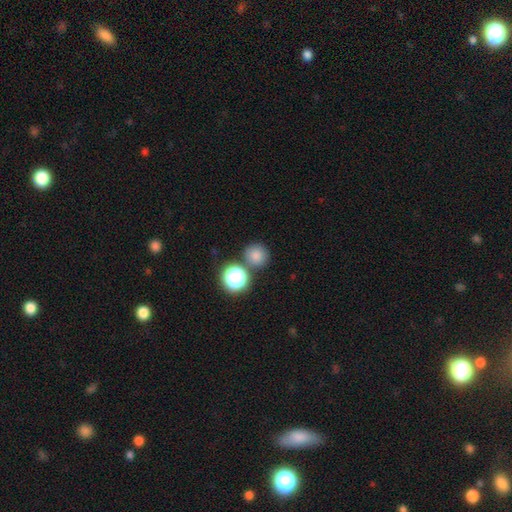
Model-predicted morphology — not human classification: Smooth or featured? Predicted: smooth (p=0.79). How rounded? Predicted: round (p=0.90). Merging? Predicted: none (p=0.76).